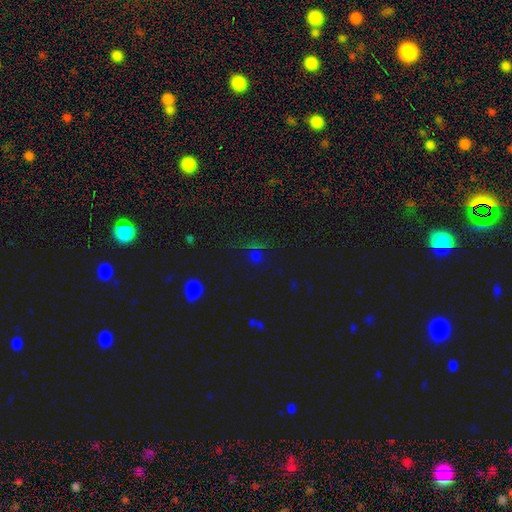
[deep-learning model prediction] A star or artifact, not a galaxy (56%).